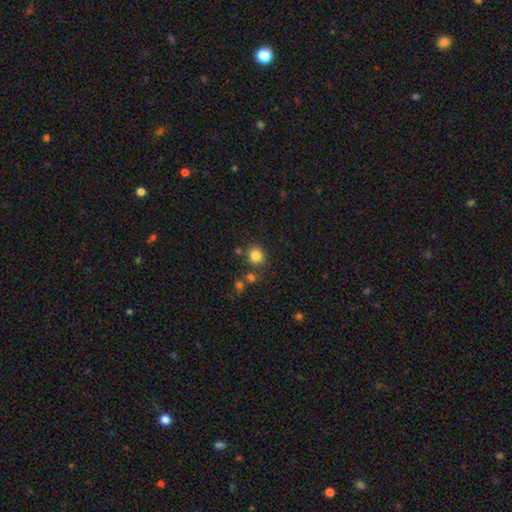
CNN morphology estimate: Overall: smooth (83%). How rounded: round (86%). Merging: none (79%).